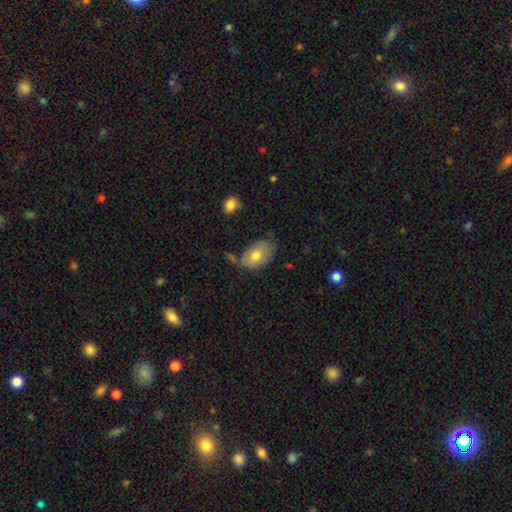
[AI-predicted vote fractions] A smooth galaxy with no disk features (73%) that is in between round and cigar-shaped (89%).

Vote fractions:
- Smooth or featured? smooth: 73% / featured or disk: 20% / star or artifact: 7%
- How rounded? in between: 89% / round: 10% / cigar-shaped: 1%
- Merging? none: 53% / minor disturbance: 29% / major disturbance: 9% / merger: 8%